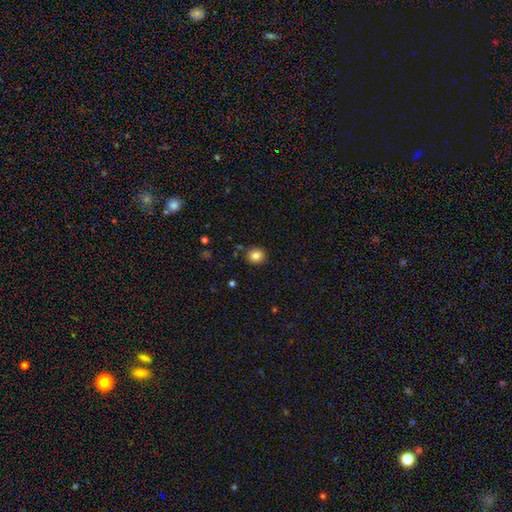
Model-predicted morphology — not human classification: type=smooth (84%); roundness=round (83%); merging=none (87%).